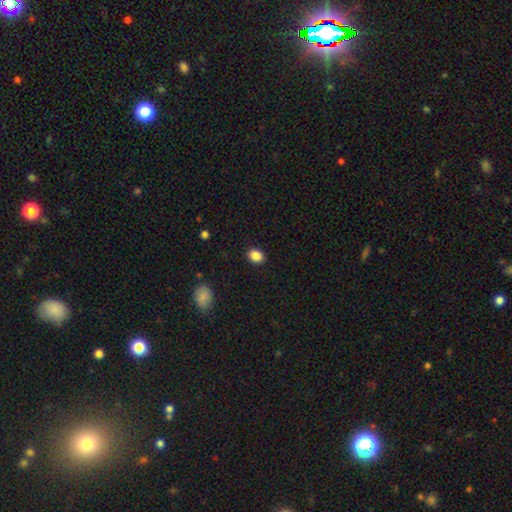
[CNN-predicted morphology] A smooth galaxy with no disk features (87%) that is in between round and cigar-shaped (56%). Merging: none (90%).